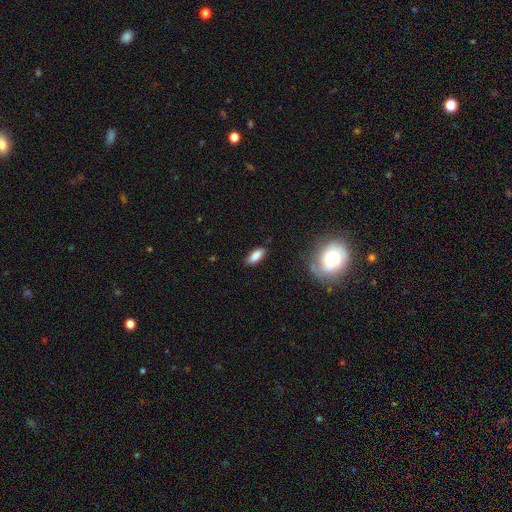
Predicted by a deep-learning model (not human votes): A smooth galaxy with no disk features (85%) that is in between round and cigar-shaped (82%).

Vote fractions:
- Smooth or featured? smooth: 85% / star or artifact: 8% / featured or disk: 7%
- How rounded? in between: 82% / cigar-shaped: 15% / round: 2%
- Merging? none: 84% / minor disturbance: 12% / major disturbance: 3% / merger: 1%